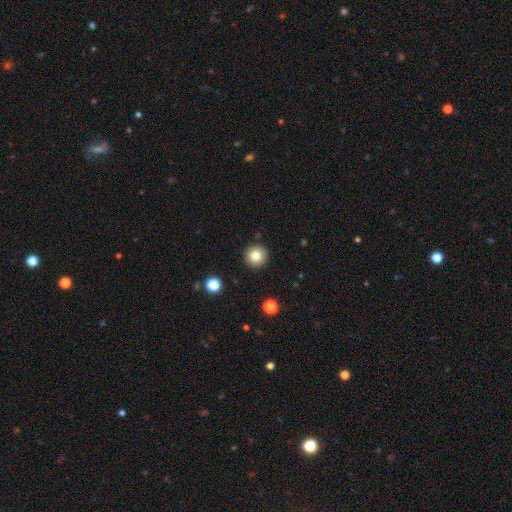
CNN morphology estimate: A smooth galaxy with no disk features (81%) that is round (95%).

Vote fractions:
- Smooth or featured? smooth: 81% / star or artifact: 10% / featured or disk: 9%
- How rounded? round: 95% / in between: 4% / cigar-shaped: 1%
- Merging? none: 92% / minor disturbance: 5% / major disturbance: 2% / merger: 1%